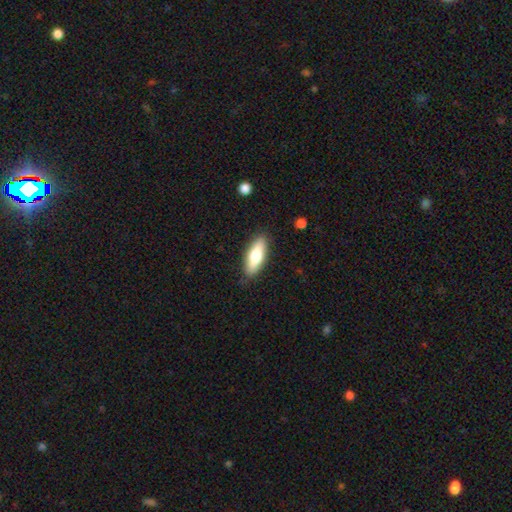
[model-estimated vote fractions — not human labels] Overall: smooth (73%). How rounded: in between (57%; cigar-shaped 41%). Merging: none (86%).